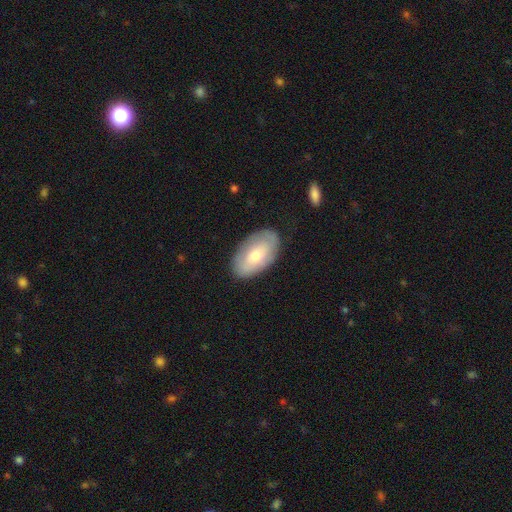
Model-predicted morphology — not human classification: Smooth or featured: smooth — 61% (featured or disk — 33%)
How rounded: in between — 94% (round — 4%)
Merging: none — 82% (minor disturbance — 13%)